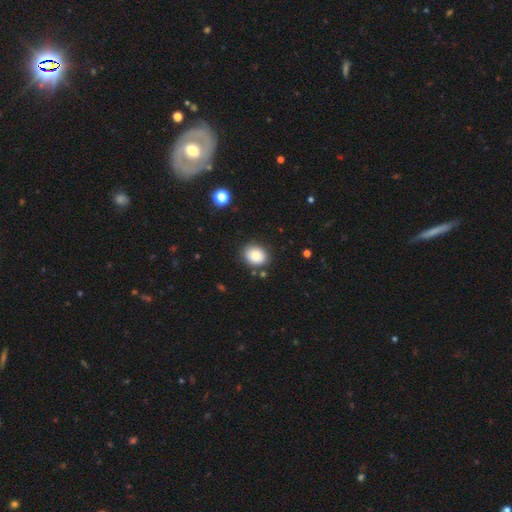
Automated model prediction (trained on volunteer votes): This appears to be a smooth galaxy with no disk features (82%) that is round (51%). Merging: none (85%).